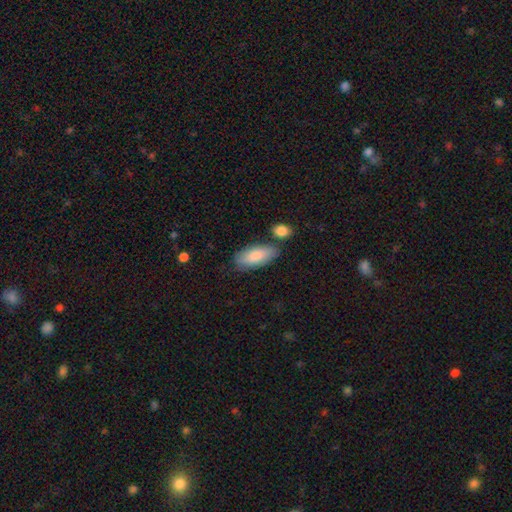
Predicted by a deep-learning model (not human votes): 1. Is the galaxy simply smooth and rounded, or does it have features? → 85% smooth, 10% featured or disk, 5% star or artifact.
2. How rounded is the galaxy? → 85% in between, 13% cigar-shaped, 2% round.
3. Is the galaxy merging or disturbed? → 72% none, 16% minor disturbance, 9% merger, 4% major disturbance.